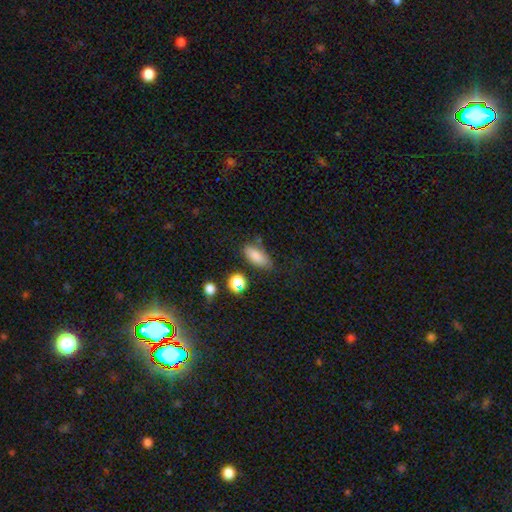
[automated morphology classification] Q: Smooth or featured?
A: smooth (82%); runner-up: star or artifact (9%)
Q: How rounded?
A: in between (83%); runner-up: cigar-shaped (12%)
Q: Merging?
A: none (69%); runner-up: minor disturbance (19%)